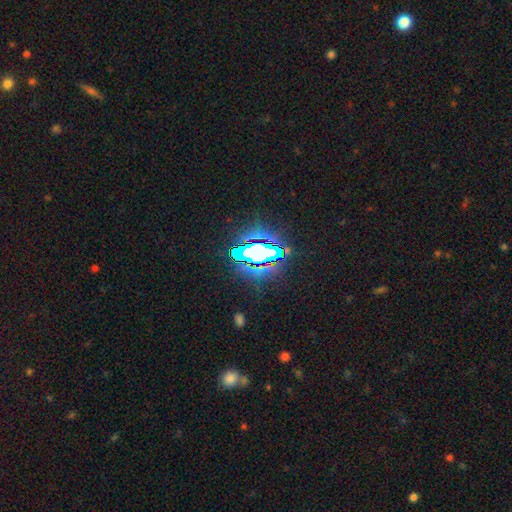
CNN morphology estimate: smooth_or_featured: star or artifact (p=0.66) [alt: smooth p=0.18]